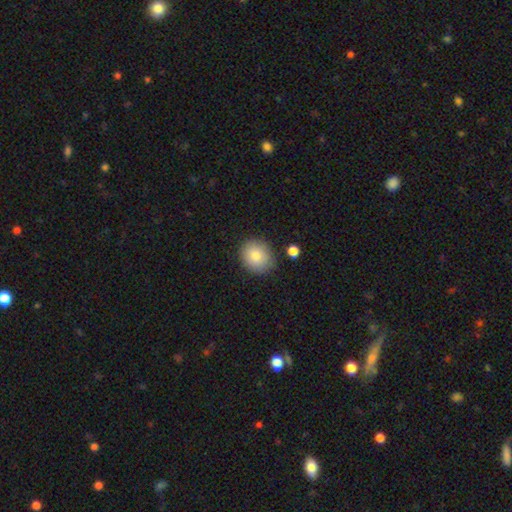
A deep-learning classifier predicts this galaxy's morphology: Smooth or featured: smooth — 84% (star or artifact — 8%)
How rounded: round — 72% (in between — 27%)
Merging: none — 83% (minor disturbance — 12%)